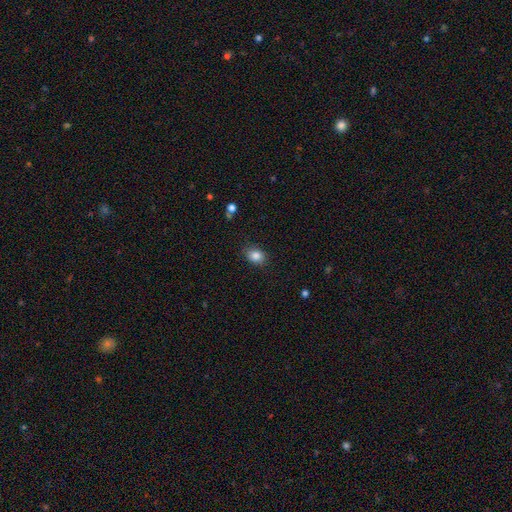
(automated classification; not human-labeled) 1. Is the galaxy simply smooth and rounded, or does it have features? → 85% smooth, 10% star or artifact, 6% featured or disk.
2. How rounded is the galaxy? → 63% in between, 36% round, 1% cigar-shaped.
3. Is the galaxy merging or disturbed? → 83% none, 13% minor disturbance, 3% major disturbance, 1% merger.